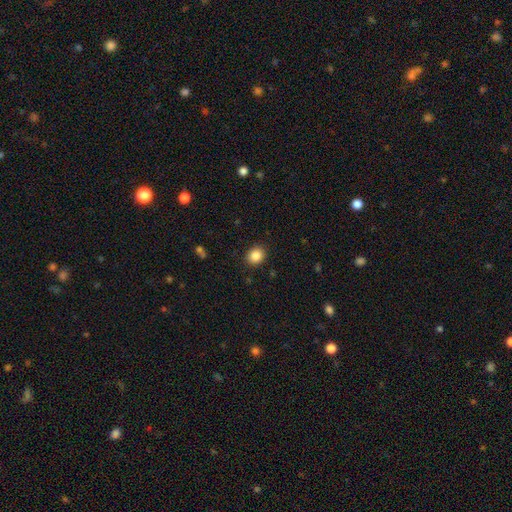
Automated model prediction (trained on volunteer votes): Overall: smooth (86%). How rounded: round (68%; in between 31%). Merging: none (90%).